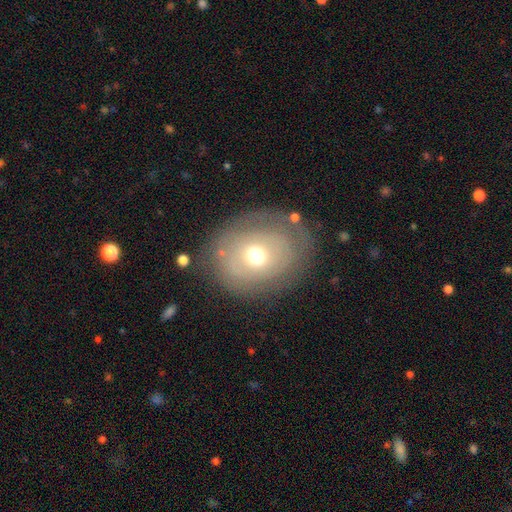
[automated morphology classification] This is possibly a featured or disk galaxy (48%). Merging: likely none (66%).